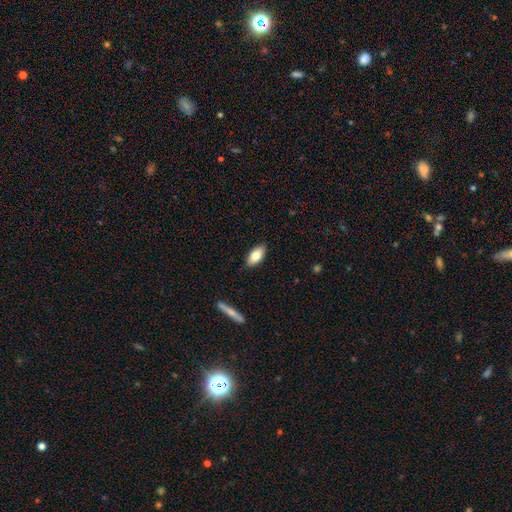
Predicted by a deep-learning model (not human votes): smooth_or_featured: smooth (p=0.80) [alt: featured or disk p=0.14]
how_rounded: in between (p=0.88) [alt: cigar-shaped p=0.09]
merging: none (p=0.87) [alt: minor disturbance p=0.10]